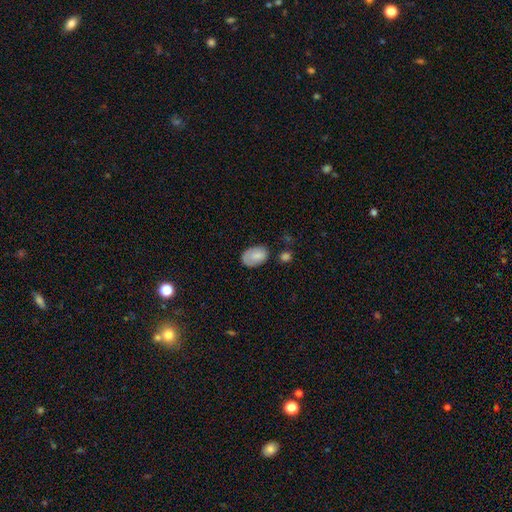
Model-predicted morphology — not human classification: Overall: smooth (82%). How rounded: in between (89%). Merging: none (65%).